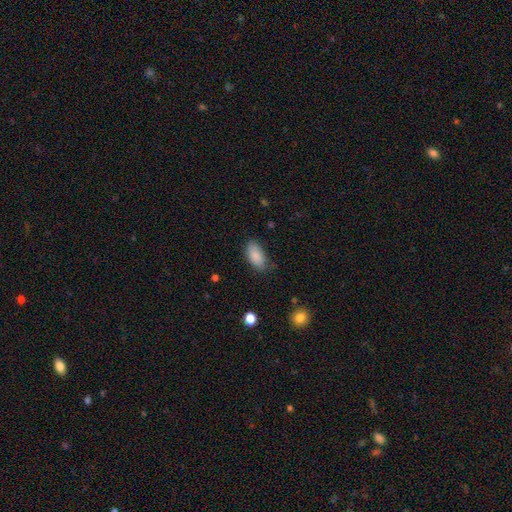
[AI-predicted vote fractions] Smooth or featured: smooth — 87% (star or artifact — 7%)
How rounded: in between — 92% (cigar-shaped — 5%)
Merging: none — 74% (minor disturbance — 20%)